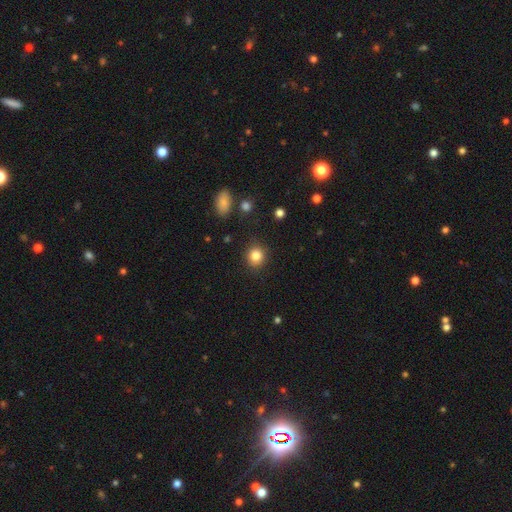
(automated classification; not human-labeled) Smooth or featured: smooth — 84% (star or artifact — 11%)
How rounded: round — 86% (in between — 13%)
Merging: none — 89% (minor disturbance — 7%)